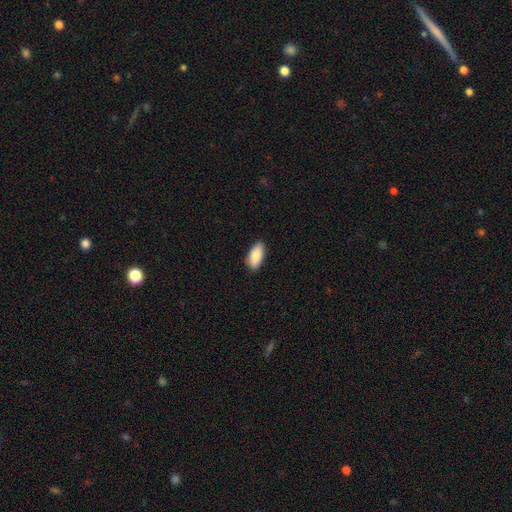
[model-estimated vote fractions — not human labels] Smooth or featured? smooth (87%)
How rounded? in between (91%)
Merging? none (88%)